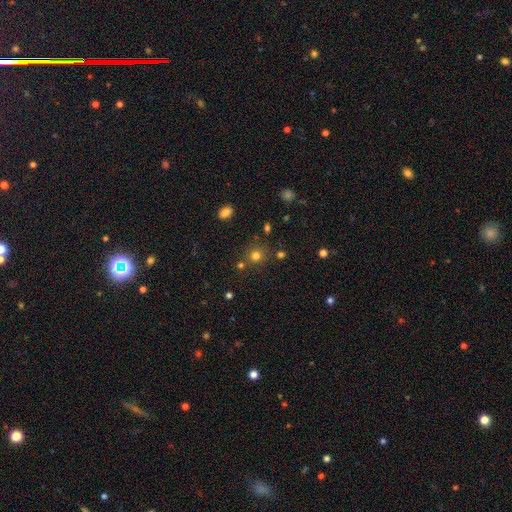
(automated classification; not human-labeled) smooth-or-featured: smooth: 75% | star or artifact: 18% | featured or disk: 7%
  how-rounded: round: 89% | in between: 10% | cigar-shaped: 1%
  merging: none: 79% | merger: 9% | minor disturbance: 9% | major disturbance: 3%